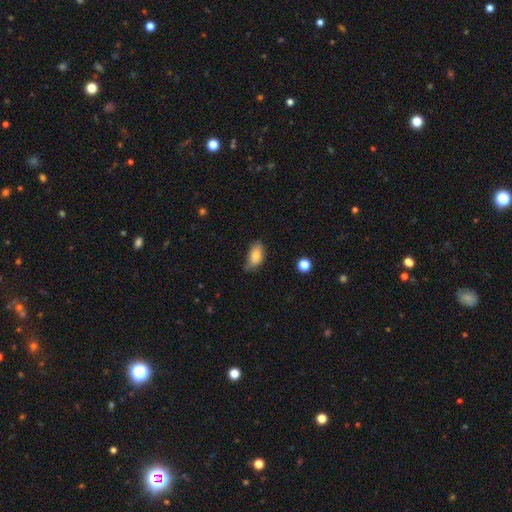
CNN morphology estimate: The model was most divided on "merging": none: 50%, minor disturbance: 38%, major disturbance: 9%, merger: 3%. More confident: how rounded — in between (92%); smooth or featured — smooth (82%).